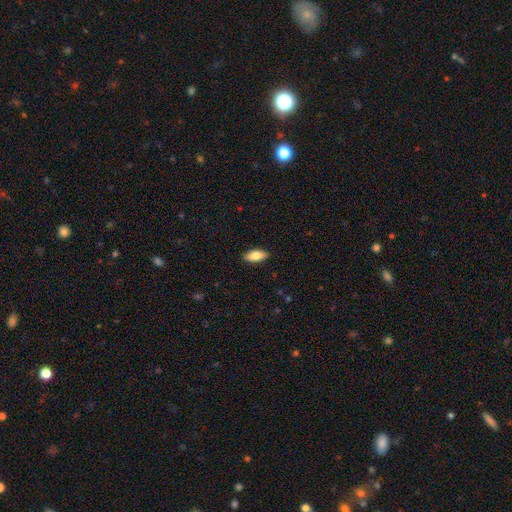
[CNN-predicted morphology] type=smooth (84%); roundness=in between (84%); merging=none (88%).